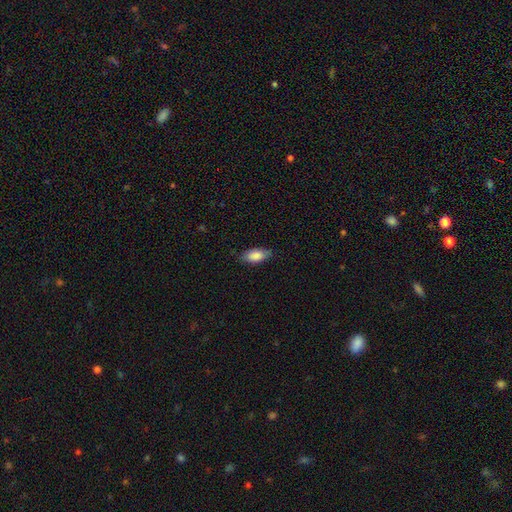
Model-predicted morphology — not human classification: type=smooth (85%); roundness=in between (89%); merging=none (78%).